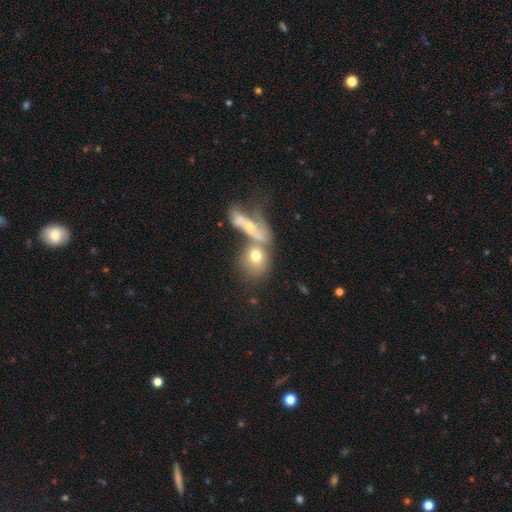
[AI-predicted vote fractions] Q: Smooth or featured?
A: smooth (63%); runner-up: featured or disk (28%)
Q: How rounded?
A: round (52%); runner-up: in between (44%)
Q: Merging?
A: merger (58%); runner-up: none (24%)